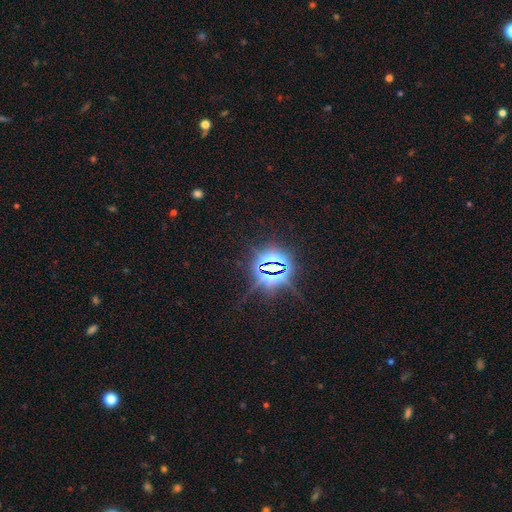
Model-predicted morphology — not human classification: A star or artifact, not a galaxy (83%).

Vote fractions:
- Smooth or featured? star or artifact: 83% / smooth: 11% / featured or disk: 6%